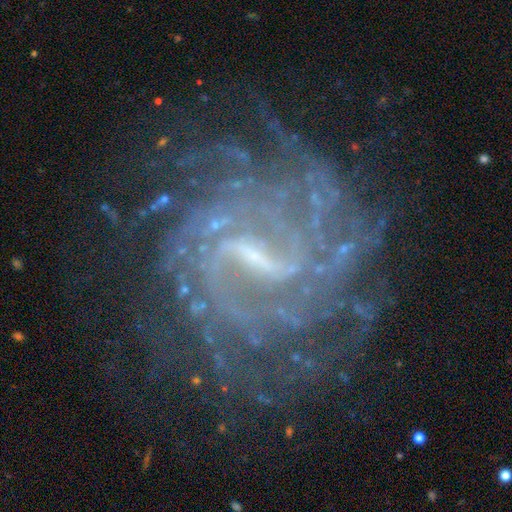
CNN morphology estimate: Overall: featured or disk (89%). Edge-on disk: no (97%). Bar: weak (47%; strong 44%). Spiral arms: yes (95%). Spiral arm count: can't tell (36%; more than 4 18%). Spiral winding: tight (68%). Bulge size: small (56%; moderate 24%). Merging: none (75%).